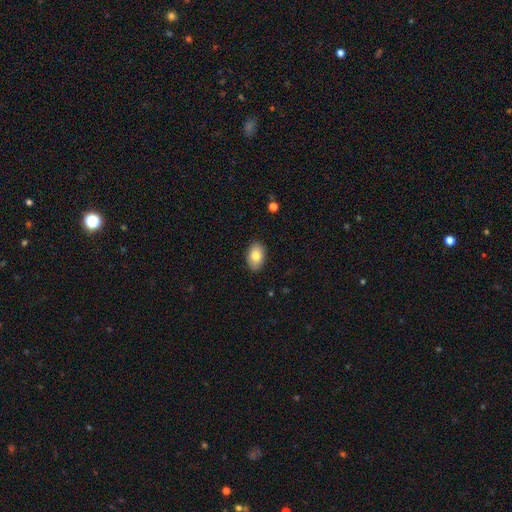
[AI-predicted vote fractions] smooth-or-featured: smooth: 82% | featured or disk: 11% | star or artifact: 7%
  how-rounded: in between: 90% | round: 9% | cigar-shaped: 1%
  merging: none: 87% | minor disturbance: 10% | major disturbance: 2% | merger: 1%